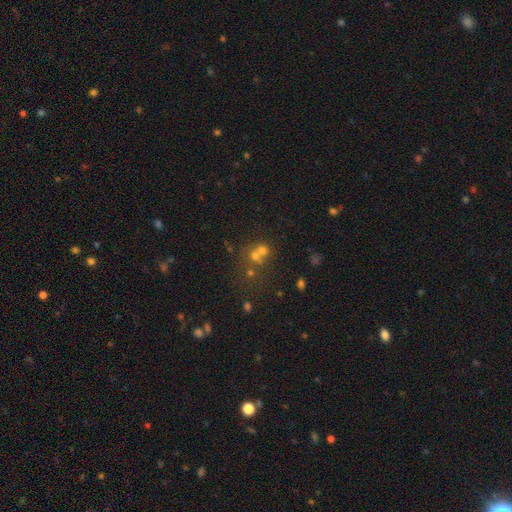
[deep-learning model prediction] Smooth or featured? Predicted: smooth (p=0.53). How rounded? Predicted: round (p=0.80). Merging? Predicted: merger (p=0.50).